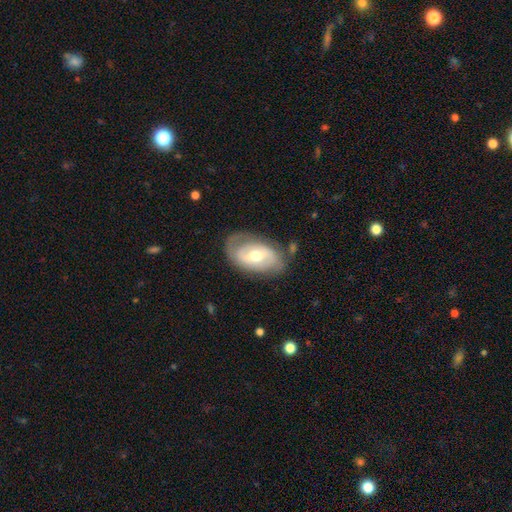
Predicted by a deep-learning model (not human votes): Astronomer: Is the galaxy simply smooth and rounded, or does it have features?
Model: featured or disk — 66%.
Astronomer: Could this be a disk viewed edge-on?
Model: no — 93%.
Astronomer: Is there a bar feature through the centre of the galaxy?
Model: weak — 41% (runner-up: no, 40%).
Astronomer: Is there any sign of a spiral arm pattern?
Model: yes — 67%.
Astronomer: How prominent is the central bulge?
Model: moderate — 71%.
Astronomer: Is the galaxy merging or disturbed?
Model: none — 68%.